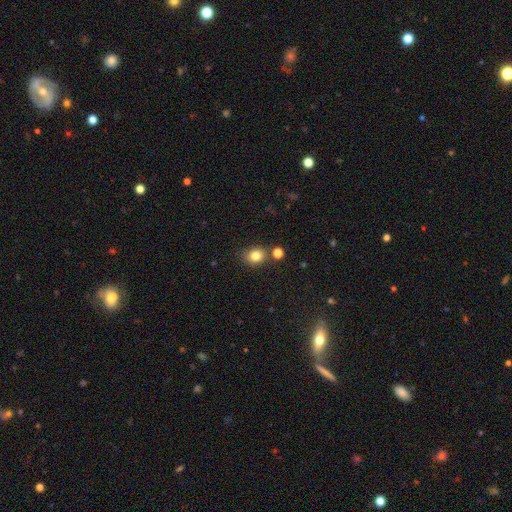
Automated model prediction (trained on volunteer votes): smooth_or_featured: smooth (p=0.81) [alt: star or artifact p=0.12]
how_rounded: round (p=0.60) [alt: in between p=0.39]
merging: none (p=0.76) [alt: minor disturbance p=0.12]